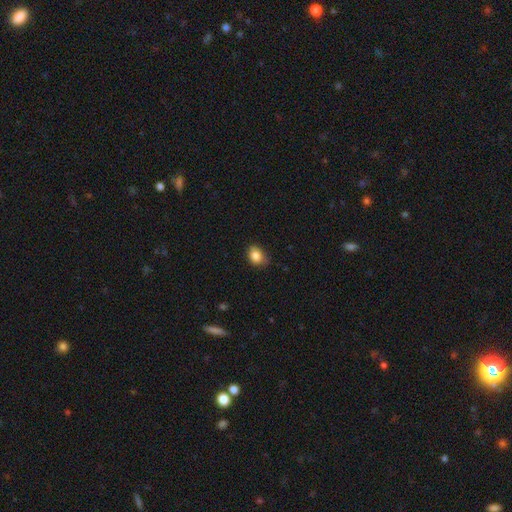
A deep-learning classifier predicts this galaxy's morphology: Overall: smooth (85%). How rounded: in between (58%; round 41%). Merging: none (70%).